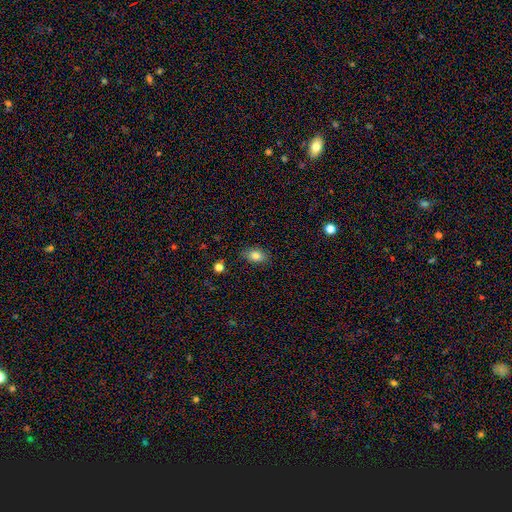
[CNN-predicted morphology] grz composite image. It shows a smooth galaxy with no disk features (83%) that is in between round and cigar-shaped (83%). Merging: none (84%).